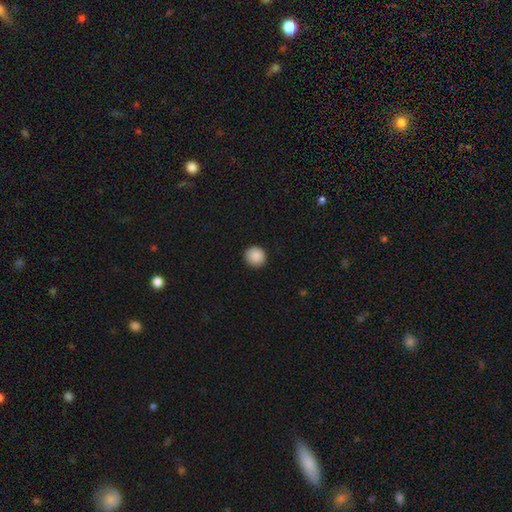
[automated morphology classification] Smooth or featured: smooth — 89% (star or artifact — 8%)
How rounded: round — 91% (in between — 8%)
Merging: none — 92% (minor disturbance — 6%)